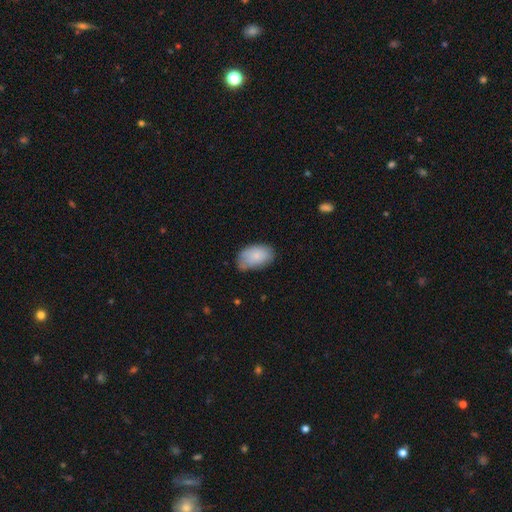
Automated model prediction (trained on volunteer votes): smooth_or_featured: smooth (p=0.83) [alt: featured or disk p=0.11]
how_rounded: in between (p=0.93) [alt: round p=0.06]
merging: none (p=0.61) [alt: minor disturbance p=0.30]